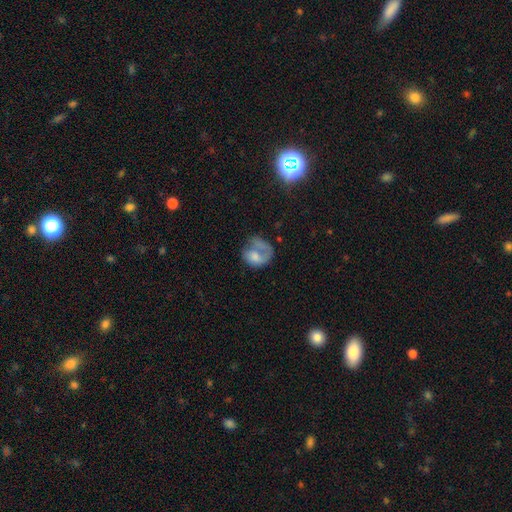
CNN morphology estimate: Smooth or featured? Predicted: smooth (p=0.50). How rounded? Predicted: in between (p=0.52). Merging? Predicted: major disturbance (p=0.41).